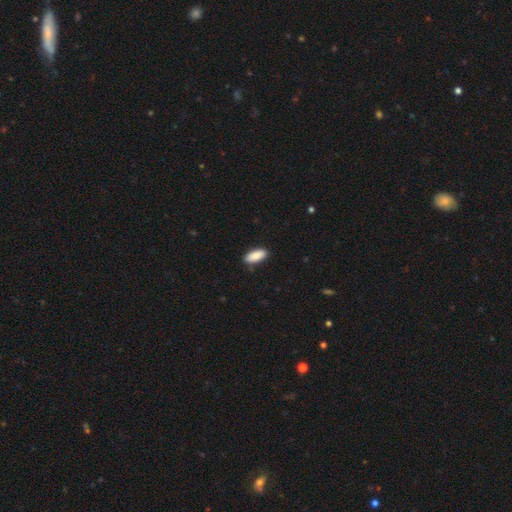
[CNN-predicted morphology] Overall: smooth (89%). How rounded: in between (84%). Merging: none (87%).